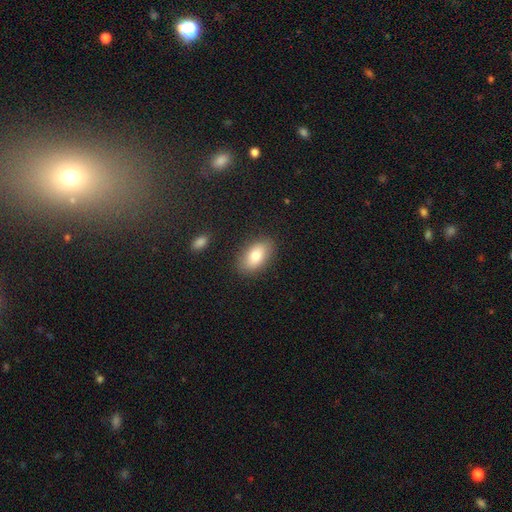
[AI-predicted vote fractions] smooth-or-featured: smooth: 79% | featured or disk: 14% | star or artifact: 7%
  how-rounded: in between: 91% | round: 6% | cigar-shaped: 3%
  merging: none: 85% | minor disturbance: 10% | major disturbance: 3% | merger: 2%